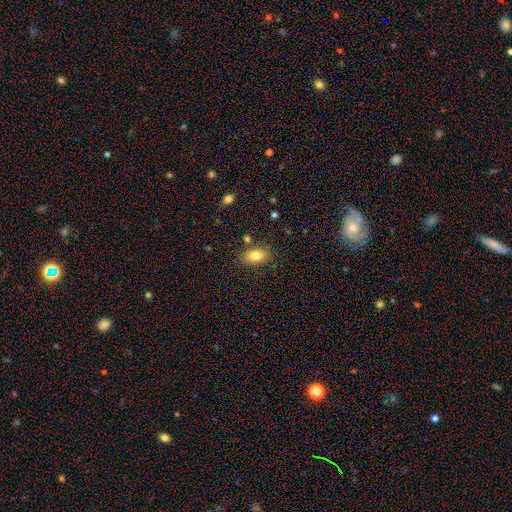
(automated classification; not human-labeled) A smooth galaxy with no disk features (79%) that is in between round and cigar-shaped (87%).

Vote fractions:
- Smooth or featured? smooth: 79% / featured or disk: 12% / star or artifact: 9%
- How rounded? in between: 87% / round: 9% / cigar-shaped: 3%
- Merging? none: 80% / minor disturbance: 13% / merger: 4% / major disturbance: 3%